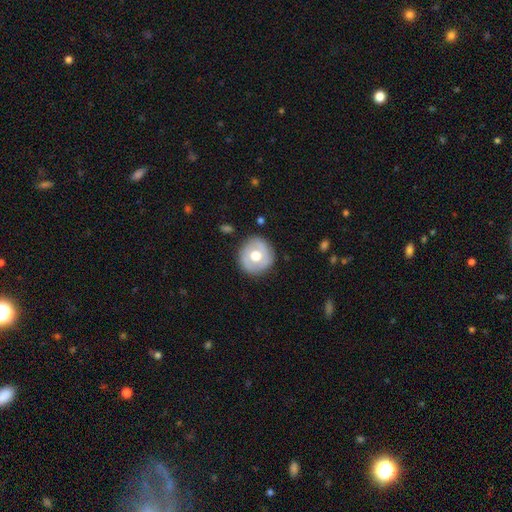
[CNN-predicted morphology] This is possibly a smooth galaxy (50%). Merging: clearly none (83%).